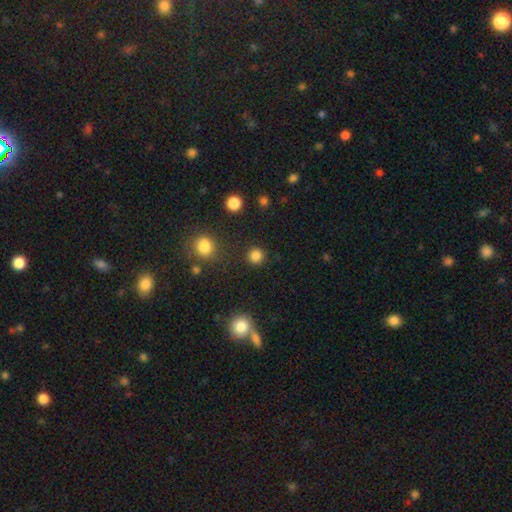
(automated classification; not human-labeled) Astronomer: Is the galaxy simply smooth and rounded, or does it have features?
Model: smooth — 83%.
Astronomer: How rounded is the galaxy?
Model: round — 92%.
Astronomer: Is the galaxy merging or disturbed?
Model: none — 89%.